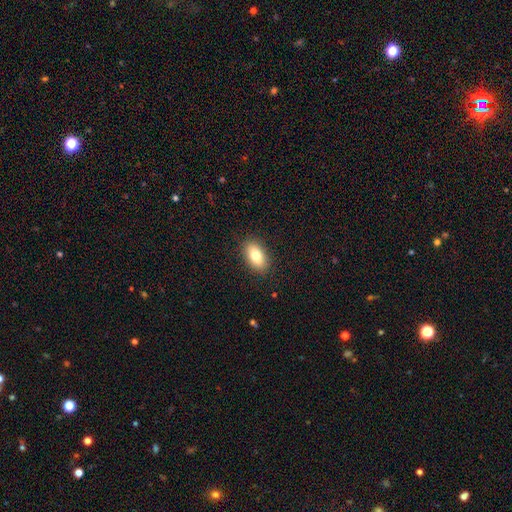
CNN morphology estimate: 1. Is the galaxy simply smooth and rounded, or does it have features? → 79% smooth, 13% featured or disk, 8% star or artifact.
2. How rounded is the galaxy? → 91% in between, 7% round, 3% cigar-shaped.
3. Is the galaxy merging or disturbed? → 89% none, 8% minor disturbance, 2% major disturbance, 1% merger.